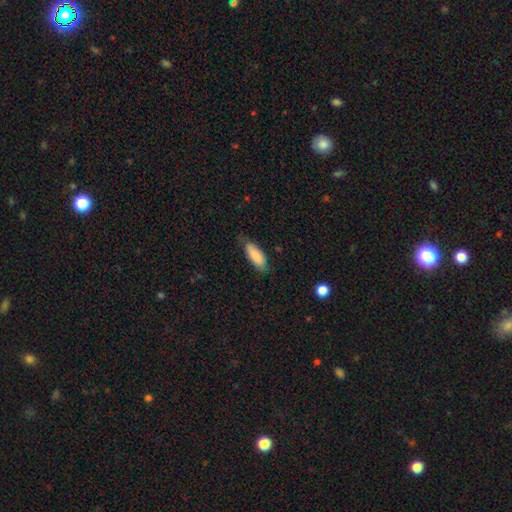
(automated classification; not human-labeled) A smooth galaxy with no disk features (86%) that is in between round and cigar-shaped (72%).

Vote fractions:
- Smooth or featured? smooth: 86% / featured or disk: 8% / star or artifact: 6%
- How rounded? in between: 72% / cigar-shaped: 27% / round: 2%
- Merging? none: 67% / minor disturbance: 26% / major disturbance: 5% / merger: 1%